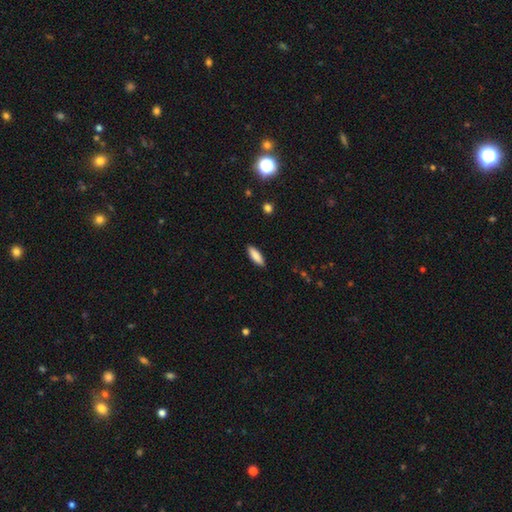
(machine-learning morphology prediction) This appears to be a smooth galaxy with no disk features (85%) that is in between round and cigar-shaped (50%). Merging: none (90%).